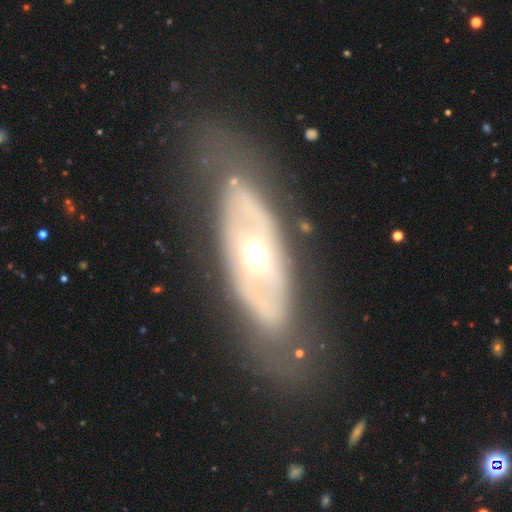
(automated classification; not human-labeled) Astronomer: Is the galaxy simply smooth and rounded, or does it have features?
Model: featured or disk — 68%.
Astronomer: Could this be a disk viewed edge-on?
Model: no — 82%.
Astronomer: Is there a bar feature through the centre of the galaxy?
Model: no — 67%.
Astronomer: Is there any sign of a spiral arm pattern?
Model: no — 74%.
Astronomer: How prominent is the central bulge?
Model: moderate — 68%.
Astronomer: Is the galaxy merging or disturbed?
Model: none — 72%.